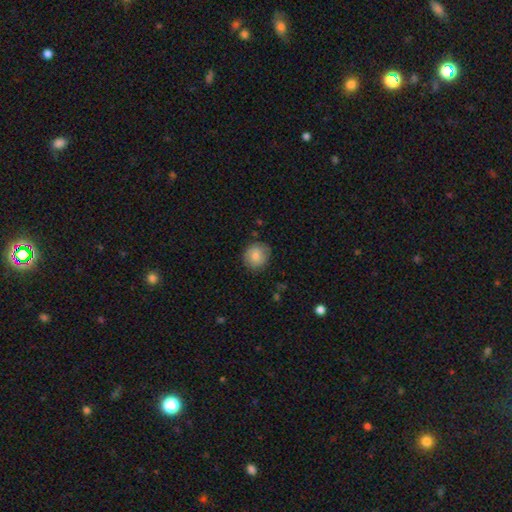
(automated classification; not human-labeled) Q: Smooth or featured?
A: smooth (82%); runner-up: featured or disk (10%)
Q: How rounded?
A: round (85%); runner-up: in between (14%)
Q: Merging?
A: none (82%); runner-up: minor disturbance (14%)